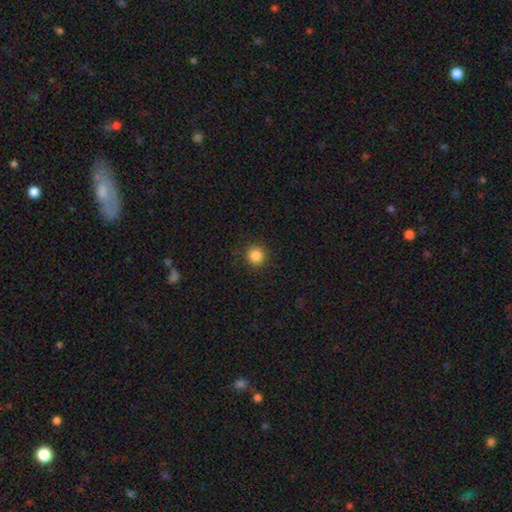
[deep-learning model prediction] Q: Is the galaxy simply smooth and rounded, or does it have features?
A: smooth — 85%.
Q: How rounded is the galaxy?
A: round — 94%.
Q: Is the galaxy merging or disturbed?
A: none — 90%.